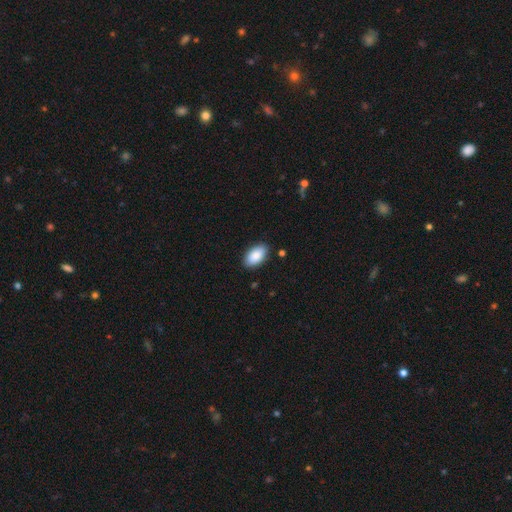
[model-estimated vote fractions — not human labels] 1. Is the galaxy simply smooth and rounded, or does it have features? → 89% smooth, 6% star or artifact, 5% featured or disk.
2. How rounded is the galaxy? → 95% in between, 3% round, 2% cigar-shaped.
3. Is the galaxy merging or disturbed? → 87% none, 9% minor disturbance, 2% major disturbance, 1% merger.